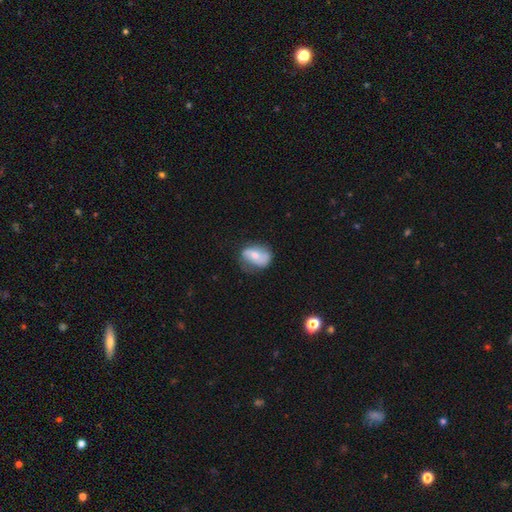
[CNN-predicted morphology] smooth-or-featured: featured or disk: 47% | smooth: 46% | star or artifact: 7%
  merging: none: 58% | minor disturbance: 29% | major disturbance: 11% | merger: 2%